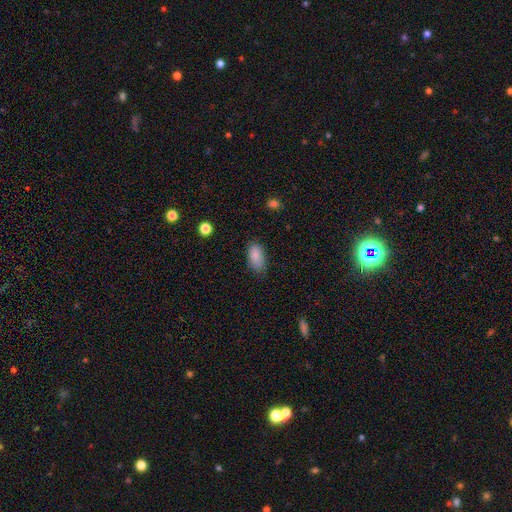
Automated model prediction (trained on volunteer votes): Smooth or featured? Predicted: smooth (p=0.85). How rounded? Predicted: in between (p=0.92). Merging? Predicted: none (p=0.73).